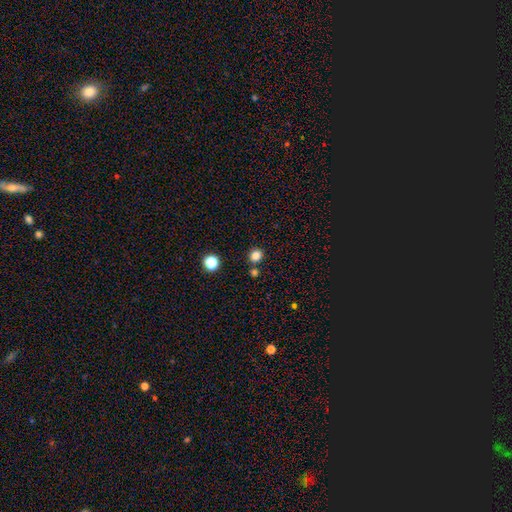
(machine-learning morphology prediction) This is clearly a smooth galaxy (82%). How rounded: likely round (78%). Merging: clearly none (81%).